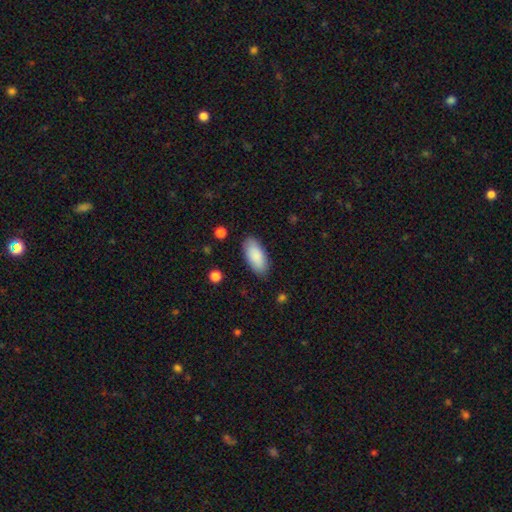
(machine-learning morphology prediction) type=smooth (88%); roundness=in between (88%); merging=none (86%).